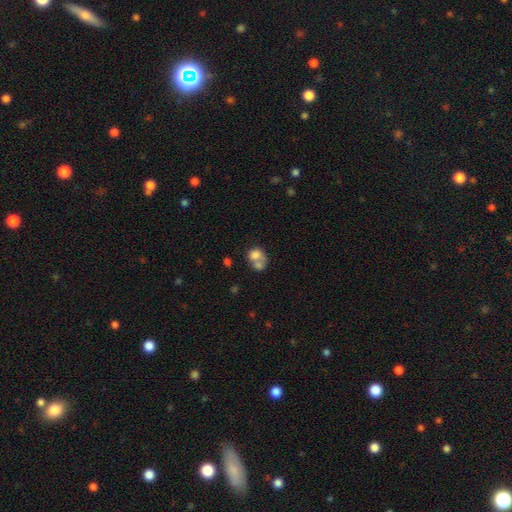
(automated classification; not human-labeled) A smooth galaxy with no disk features (70%) that is round (55%). Merging: merger (63%).